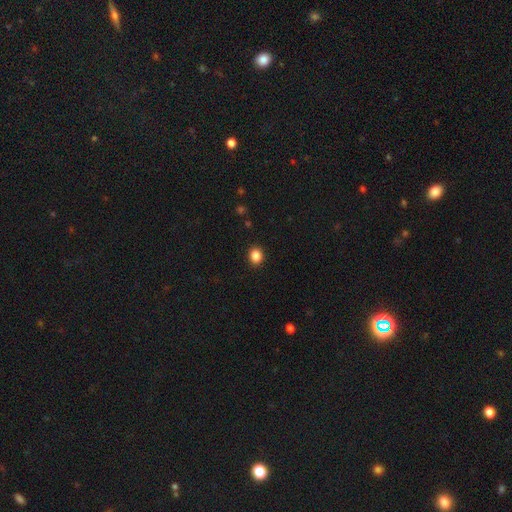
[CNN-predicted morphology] Smooth or featured: smooth — 86% (star or artifact — 10%)
How rounded: round — 62% (in between — 37%)
Merging: none — 91% (minor disturbance — 6%)